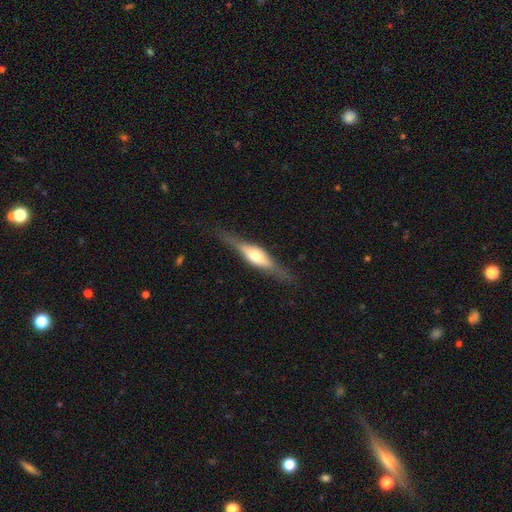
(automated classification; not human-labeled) Overall: featured or disk (66%; smooth 28%). Edge-on disk: yes (93%). Edge-on bulge: rounded (86%). Merging: none (80%).